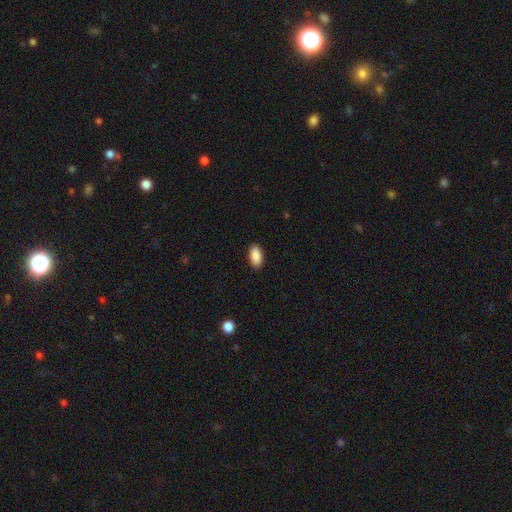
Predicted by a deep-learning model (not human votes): smooth 90%, star or artifact 7%, featured or disk 3%. Down the decision tree: how rounded — in between (93%); merging — none (90%).